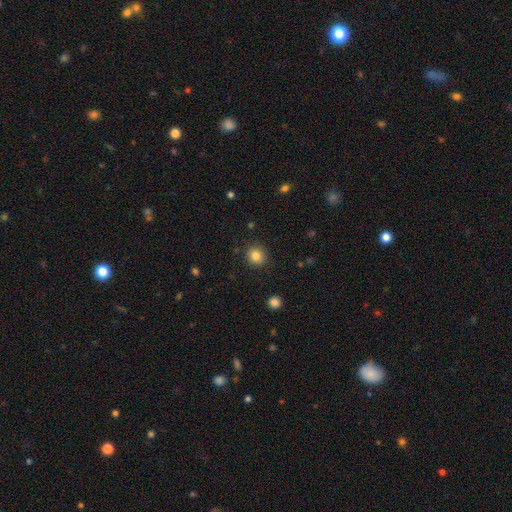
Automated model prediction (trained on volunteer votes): This is clearly a smooth galaxy (84%). How rounded: clearly round (89%). Merging: clearly none (89%).